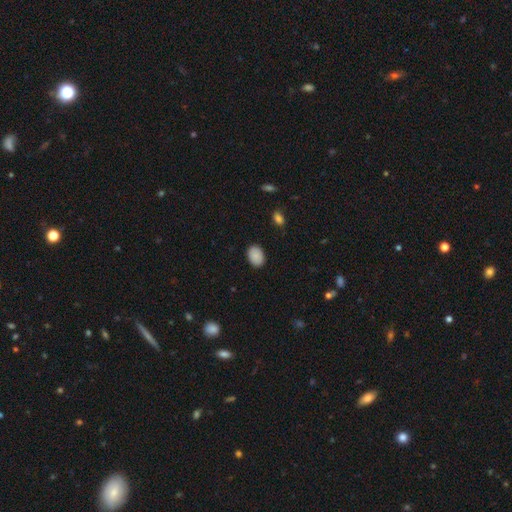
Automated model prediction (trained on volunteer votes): Morphology: type=smooth (89%); roundness=in between (79%); merging=none (88%).